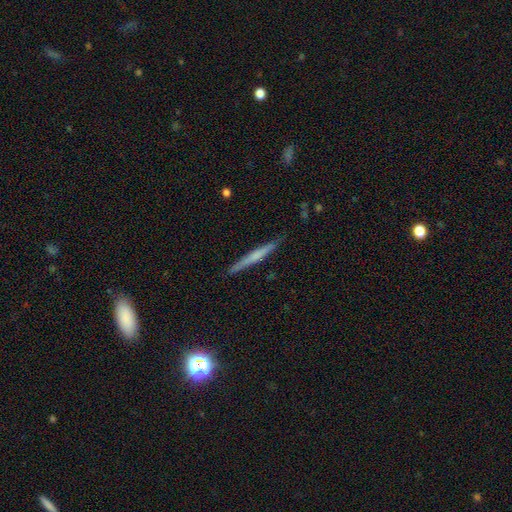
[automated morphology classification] This appears to be a featured or disk galaxy (50%) viewed edge-on (97%). Merging: none (89%).